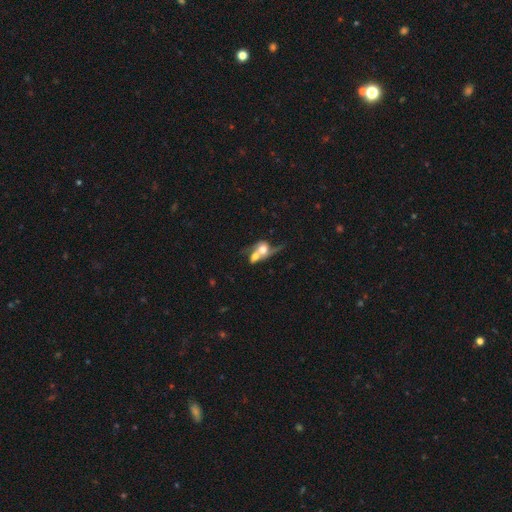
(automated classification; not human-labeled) smooth-or-featured: featured or disk: 47% | smooth: 44% | star or artifact: 10%
  merging: merger: 73% | none: 12% | major disturbance: 9% | minor disturbance: 6%